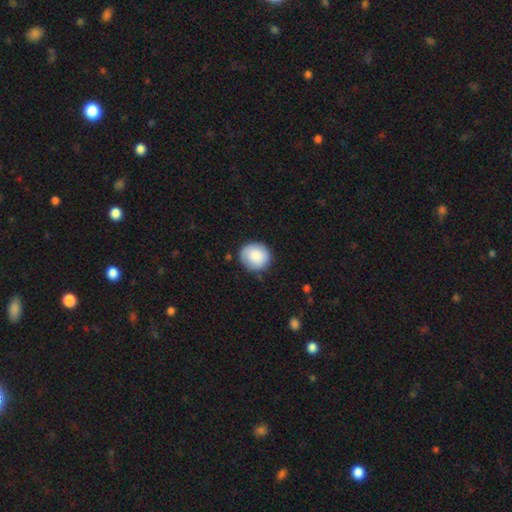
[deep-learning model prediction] This appears to be a smooth galaxy with no disk features (87%) that is round (83%). Merging: none (84%).